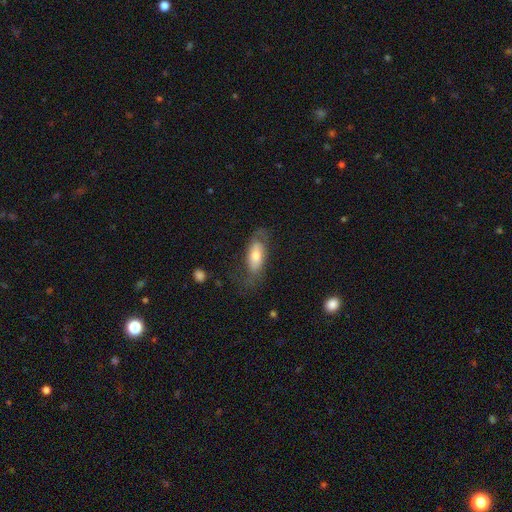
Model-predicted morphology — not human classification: Smooth or featured? Predicted: smooth (p=0.48). Merging? Predicted: none (p=0.57).